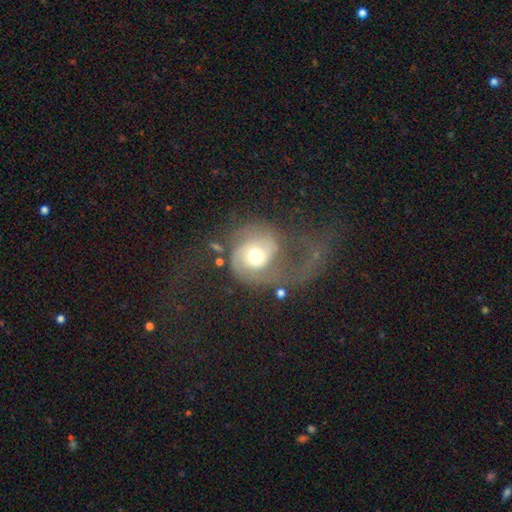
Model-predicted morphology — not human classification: This appears to be a featured or disk galaxy (71%) with no bar (71%), 2 (42%) medium (39%) spiral arms (84%) and a moderate central bulge (66%). Merging: major disturbance (56%).